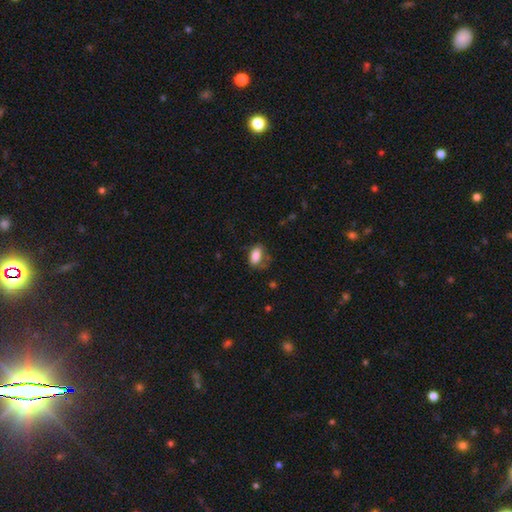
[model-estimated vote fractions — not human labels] Smooth or featured?
  - smooth: 84% *
  - featured or disk: 8%
  - star or artifact: 8%
How rounded?
  - in between: 91% *
  - round: 6%
  - cigar-shaped: 3%
Merging?
  - none: 59% *
  - minor disturbance: 27%
  - major disturbance: 12%
  - merger: 2%